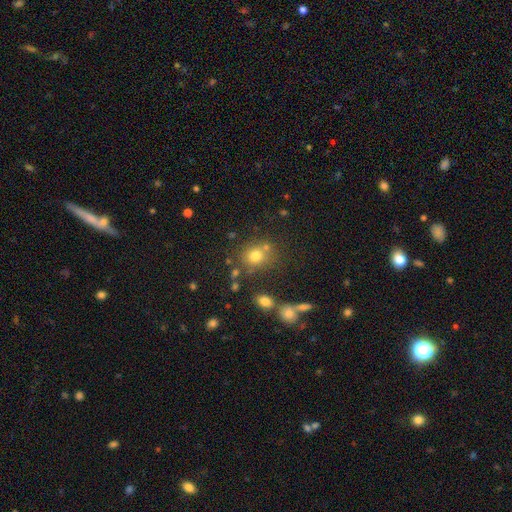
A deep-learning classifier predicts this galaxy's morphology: Smooth or featured? smooth (72%)
How rounded? round (75%)
Merging? none (67%)